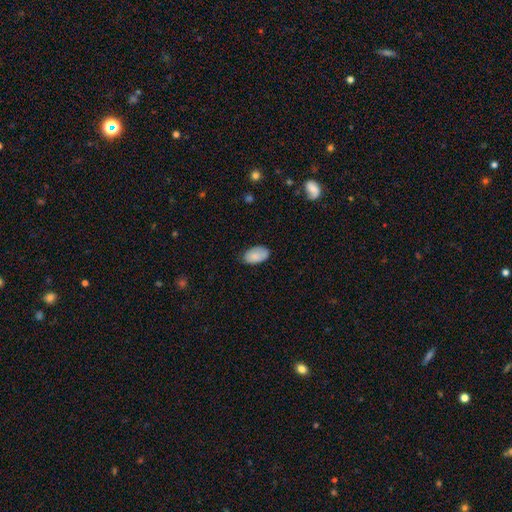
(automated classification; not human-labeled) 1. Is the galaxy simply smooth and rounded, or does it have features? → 85% smooth, 9% featured or disk, 7% star or artifact.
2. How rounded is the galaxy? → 94% in between, 4% round, 1% cigar-shaped.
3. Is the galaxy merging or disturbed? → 76% none, 19% minor disturbance, 3% major disturbance, 1% merger.